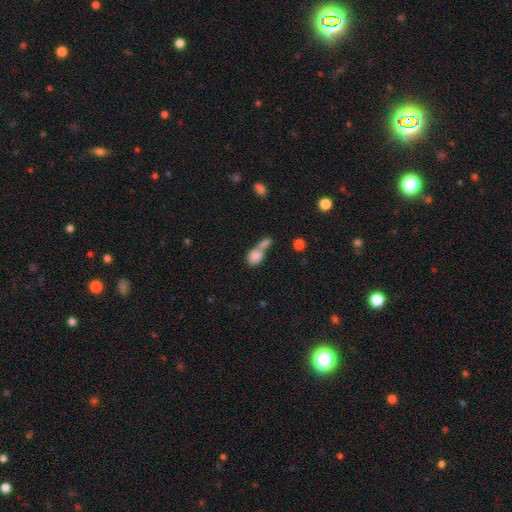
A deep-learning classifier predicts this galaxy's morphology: The model was most divided on "how rounded": in between: 57%, round: 39%, cigar-shaped: 3%. More confident: smooth or featured — smooth (82%); merging — merger (63%).